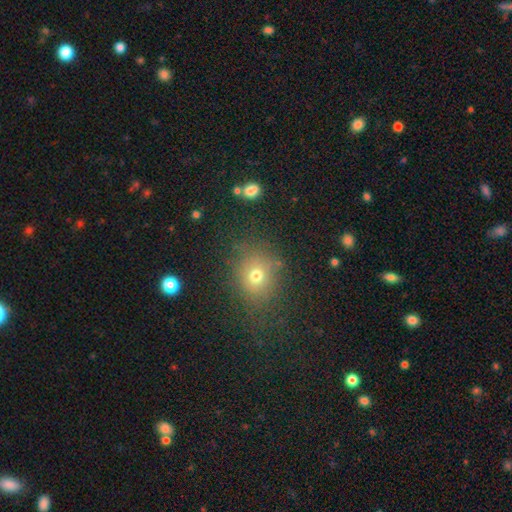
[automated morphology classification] A smooth galaxy with no disk features (58%) that is round (66%). Merging: none (85%).